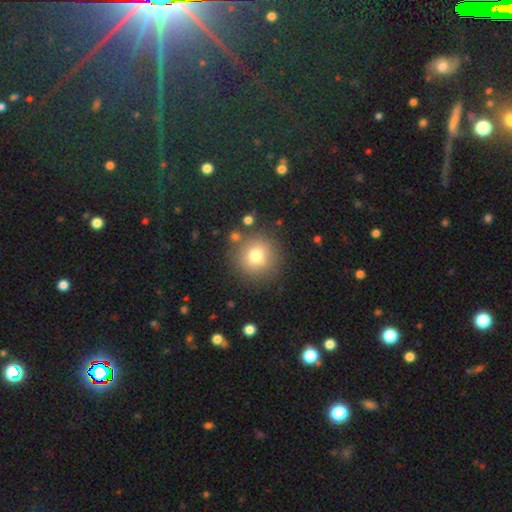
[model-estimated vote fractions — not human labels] Smooth or featured: smooth — 73% (star or artifact — 14%)
How rounded: round — 94% (in between — 5%)
Merging: none — 82% (minor disturbance — 9%)